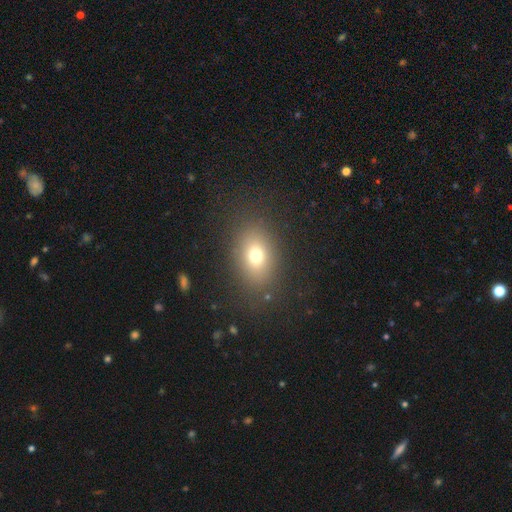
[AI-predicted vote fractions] This appears to be a smooth galaxy with no disk features (72%) that is in between round and cigar-shaped (68%). Merging: none (84%).